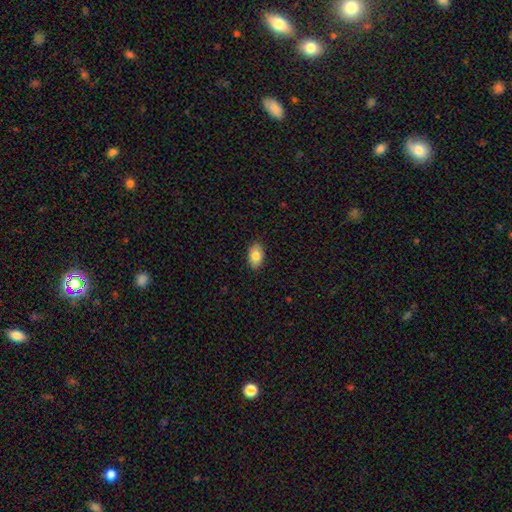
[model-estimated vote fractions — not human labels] smooth_or_featured: smooth (p=0.81) [alt: featured or disk p=0.11]
how_rounded: in between (p=0.90) [alt: round p=0.08]
merging: none (p=0.89) [alt: minor disturbance p=0.09]